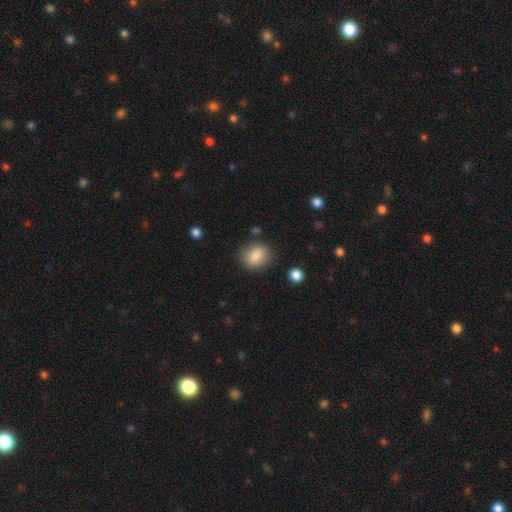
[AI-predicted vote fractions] The model was most divided on "how rounded": round: 51%, in between: 48%, cigar-shaped: 1%. More confident: smooth or featured — smooth (83%); merging — none (82%).